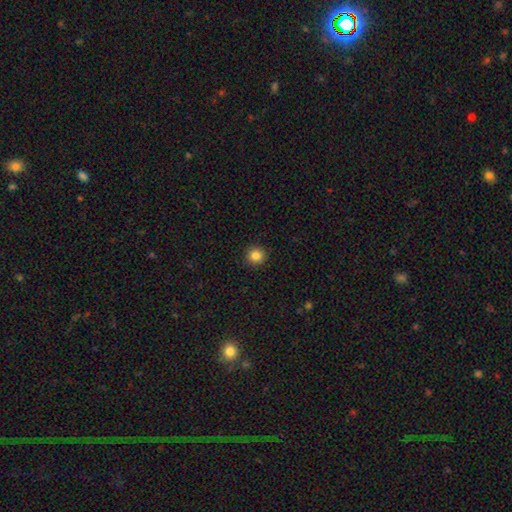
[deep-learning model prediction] Smooth or featured?
  - smooth: 84% *
  - star or artifact: 11%
  - featured or disk: 5%
How rounded?
  - round: 94% *
  - in between: 5%
  - cigar-shaped: 1%
Merging?
  - none: 93% *
  - minor disturbance: 5%
  - major disturbance: 2%
  - merger: 1%